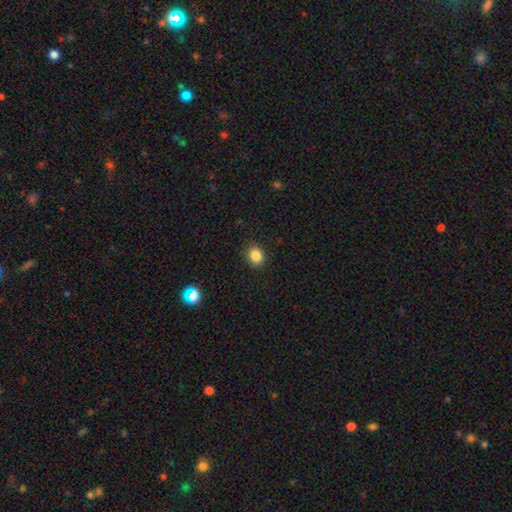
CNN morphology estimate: This is clearly a smooth galaxy (85%). How rounded: likely round (66%). Merging: clearly none (90%).